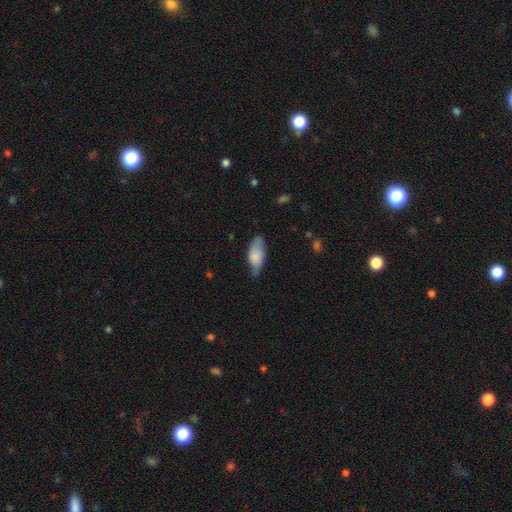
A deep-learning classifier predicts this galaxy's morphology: Smooth or featured?
  - smooth: 80% *
  - featured or disk: 14%
  - star or artifact: 6%
How rounded?
  - in between: 85% *
  - cigar-shaped: 13%
  - round: 2%
Merging?
  - none: 55% *
  - minor disturbance: 36%
  - major disturbance: 7%
  - merger: 2%